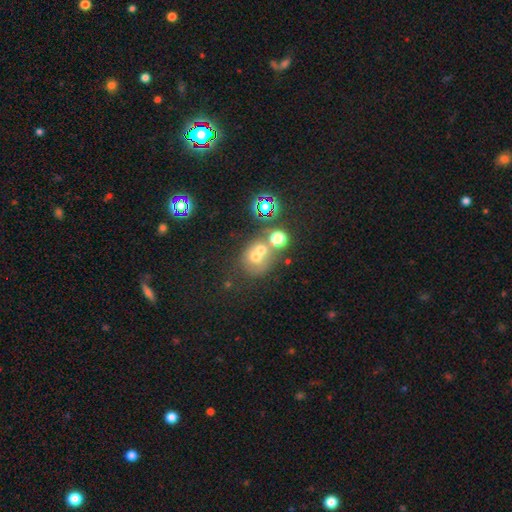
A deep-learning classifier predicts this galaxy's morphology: The model was most divided on "merging": merger: 51%, none: 35%, minor disturbance: 8%, major disturbance: 6%. More confident: how rounded — round (72%); smooth or featured — smooth (50%).